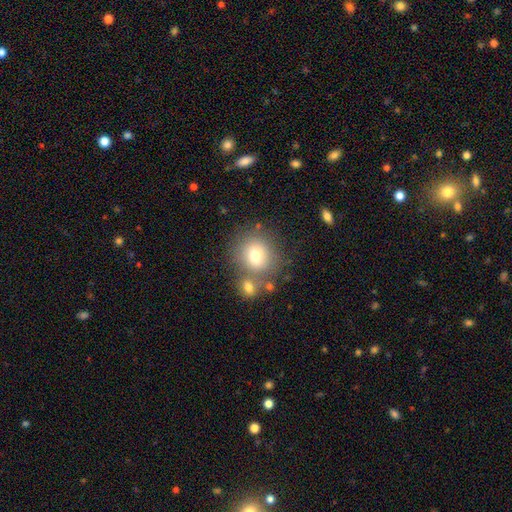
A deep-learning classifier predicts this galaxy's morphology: Q: Smooth or featured?
A: smooth (73%); runner-up: featured or disk (16%)
Q: How rounded?
A: round (80%); runner-up: in between (19%)
Q: Merging?
A: none (59%); runner-up: merger (25%)